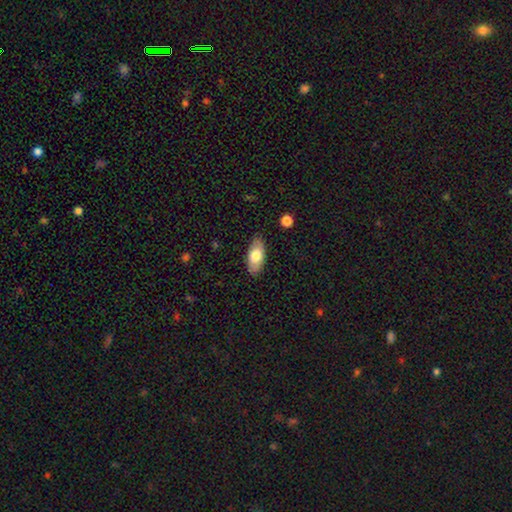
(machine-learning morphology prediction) Smooth or featured: smooth — 74% (featured or disk — 20%)
How rounded: in between — 91% (cigar-shaped — 6%)
Merging: none — 85% (minor disturbance — 11%)